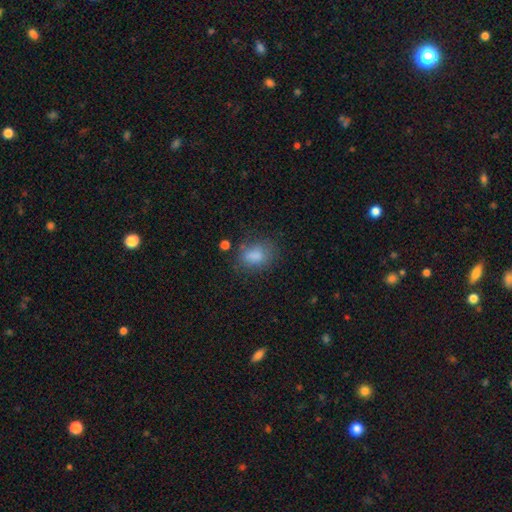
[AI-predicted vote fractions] Smooth or featured? smooth (80%)
How rounded? in between (73%)
Merging? none (65%)